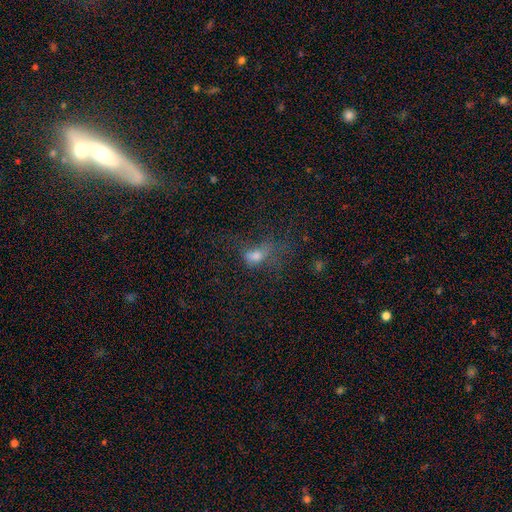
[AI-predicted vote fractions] A smooth galaxy with no disk features (55%) that is in between round and cigar-shaped (70%). Merging: major disturbance (43%).